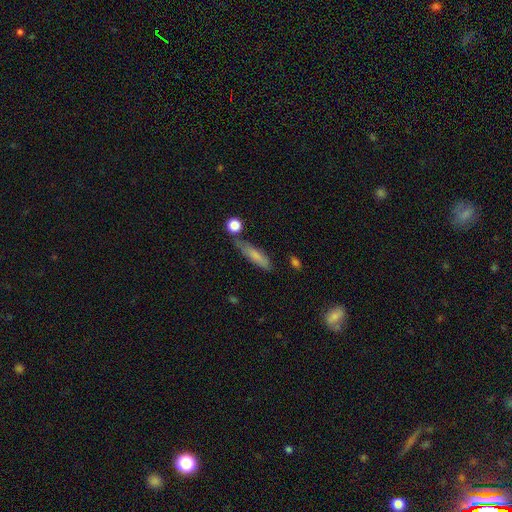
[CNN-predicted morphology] smooth_or_featured: smooth (p=0.74) [alt: featured or disk p=0.19]
how_rounded: cigar-shaped (p=0.71) [alt: in between p=0.27]
merging: none (p=0.61) [alt: minor disturbance p=0.23]